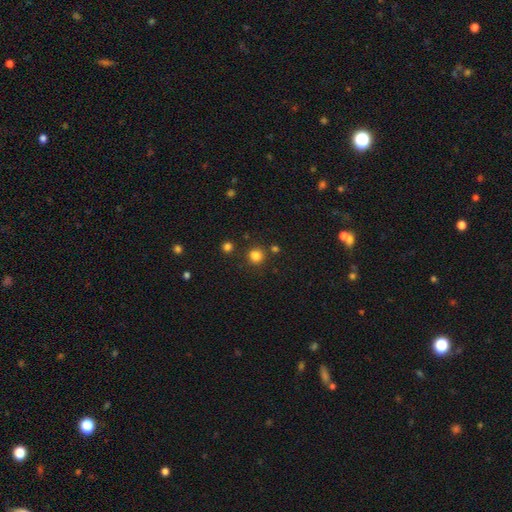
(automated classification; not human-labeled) A smooth galaxy with no disk features (82%) that is round (89%). Merging: none (82%).